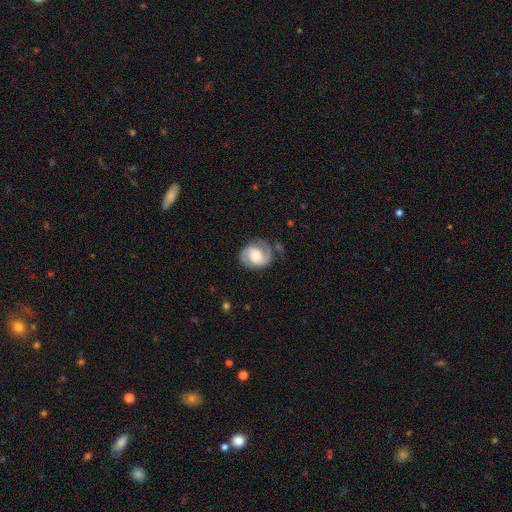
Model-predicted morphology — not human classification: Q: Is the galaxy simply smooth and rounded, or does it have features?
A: featured or disk — 79%.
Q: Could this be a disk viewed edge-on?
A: no — 98%.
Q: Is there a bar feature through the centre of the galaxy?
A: no — 46%.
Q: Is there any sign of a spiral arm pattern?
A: yes — 95%.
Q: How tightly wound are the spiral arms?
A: medium — 48%.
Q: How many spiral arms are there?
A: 2 — 88%.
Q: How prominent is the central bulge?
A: moderate — 58%.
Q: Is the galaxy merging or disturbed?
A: none — 69%.